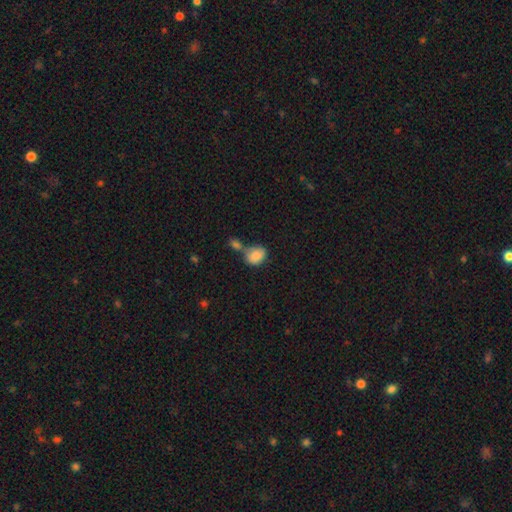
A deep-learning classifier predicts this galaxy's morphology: Smooth or featured: smooth — 84% (featured or disk — 8%)
How rounded: in between — 54% (round — 44%)
Merging: merger — 42% (none — 38%)